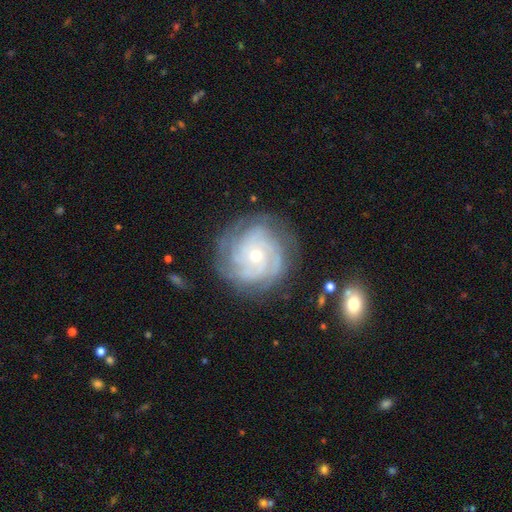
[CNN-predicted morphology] Smooth or featured: featured or disk — 85% (smooth — 8%)
Edge-on disk: no — 97% (yes — 3%)
Bar: no — 78% (weak — 18%)
Spiral arms: yes — 96% (no — 4%)
Spiral winding: tight — 76% (medium — 20%)
Spiral arm count: 4 — 27% (can't tell — 26%)
Bulge size: small — 60% (moderate — 37%)
Merging: none — 78% (minor disturbance — 15%)